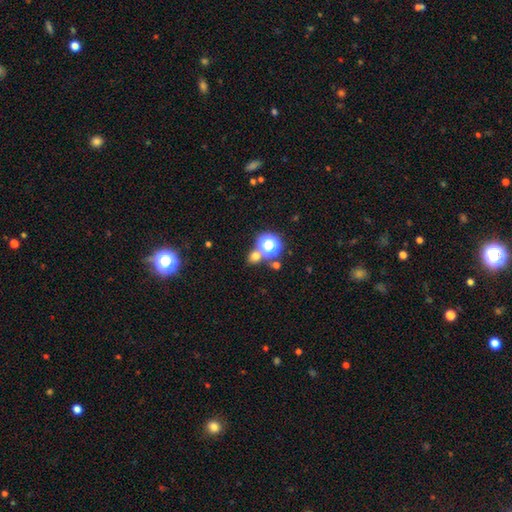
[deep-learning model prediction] This appears to be a smooth galaxy with no disk features (66%) that is round (80%). Merging: none (67%).